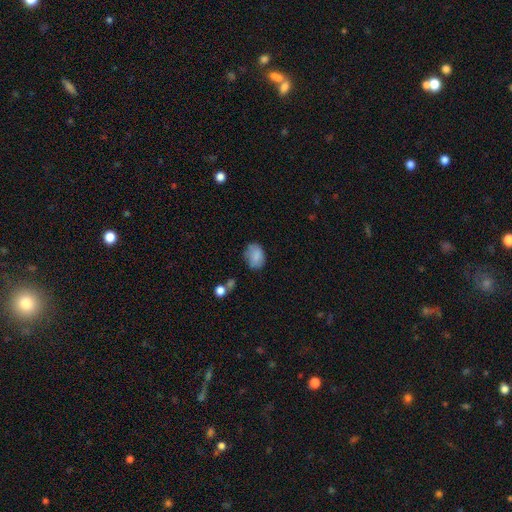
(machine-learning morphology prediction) smooth_or_featured: smooth (p=0.81) [alt: featured or disk p=0.10]
how_rounded: in between (p=0.72) [alt: round p=0.27]
merging: none (p=0.62) [alt: minor disturbance p=0.26]